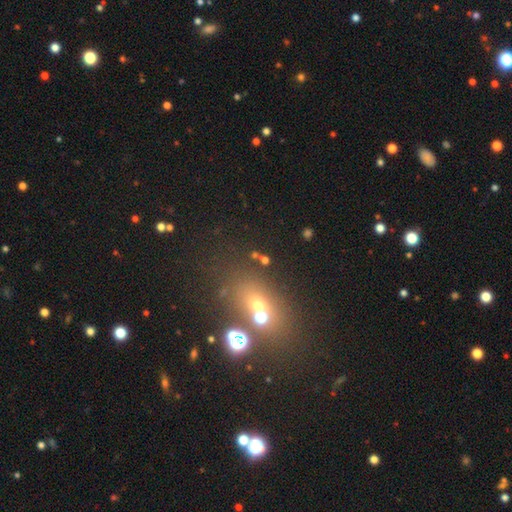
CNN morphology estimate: This appears to be a smooth galaxy with no disk features (43%). Merging: none (54%).